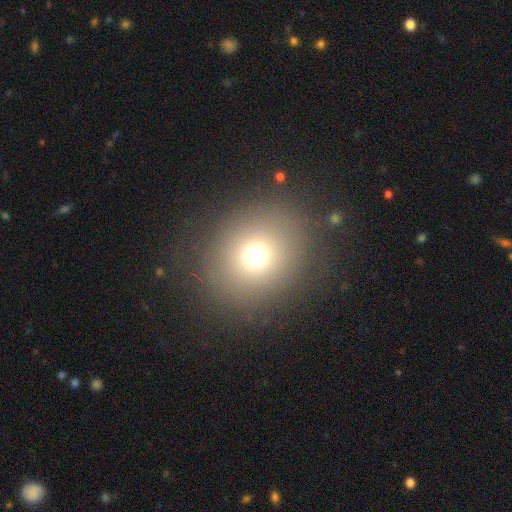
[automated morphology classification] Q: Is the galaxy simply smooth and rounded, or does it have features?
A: smooth — 71%.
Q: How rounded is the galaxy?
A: round — 79%.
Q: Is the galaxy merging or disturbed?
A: none — 84%.